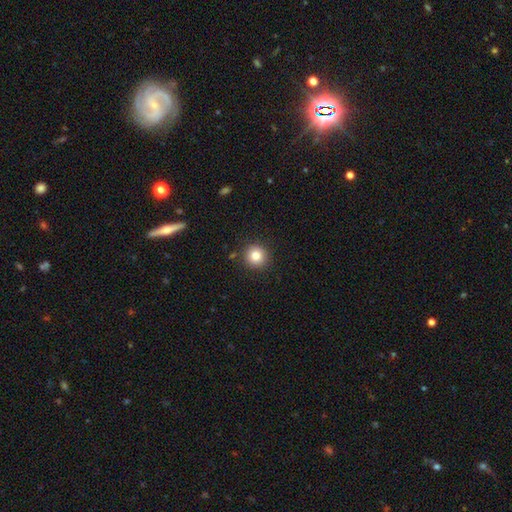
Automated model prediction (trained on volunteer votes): The model was most divided on "smooth or featured": smooth: 82%, star or artifact: 11%, featured or disk: 8%. More confident: how rounded — round (95%); merging — none (89%).